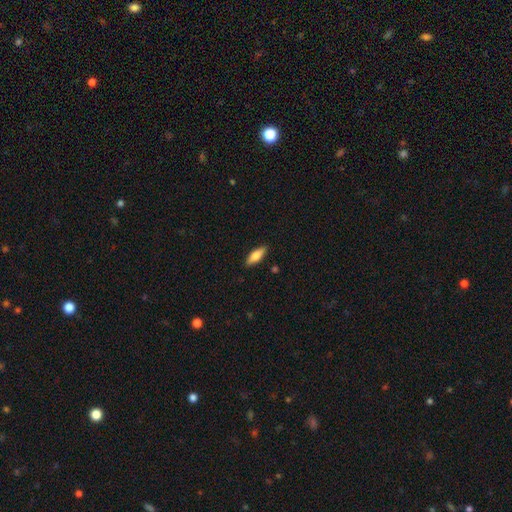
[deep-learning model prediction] Smooth or featured? Predicted: smooth (p=0.73). How rounded? Predicted: in between (p=0.63). Merging? Predicted: none (p=0.88).